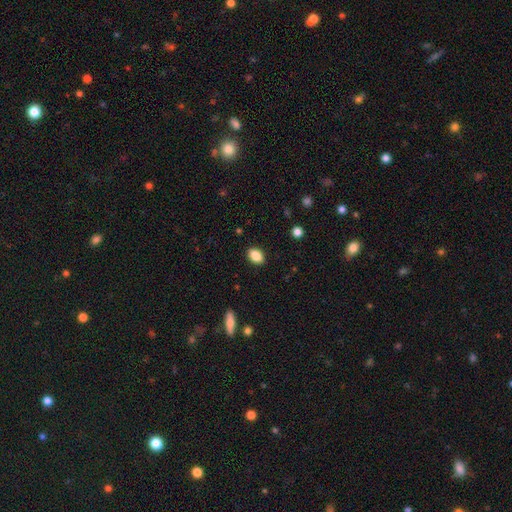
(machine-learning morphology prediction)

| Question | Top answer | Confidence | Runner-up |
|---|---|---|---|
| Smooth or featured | smooth | 88% | star or artifact (8%) |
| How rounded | in between | 82% | round (16%) |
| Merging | none | 89% | minor disturbance (8%) |